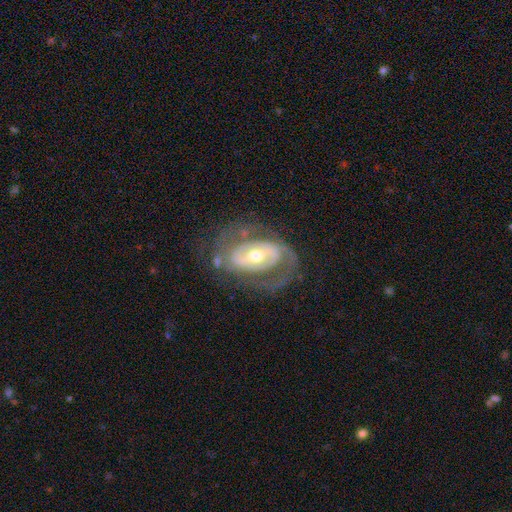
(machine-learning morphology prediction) featured or disk 85%, smooth 10%, star or artifact 5%. Down the decision tree: edge-on disk — no (95%); bar — weak (36%); spiral arms — yes (84%); spiral arm count — 2 (70%); spiral winding — tight (43%); bulge size — moderate (63%); merging — none (64%).